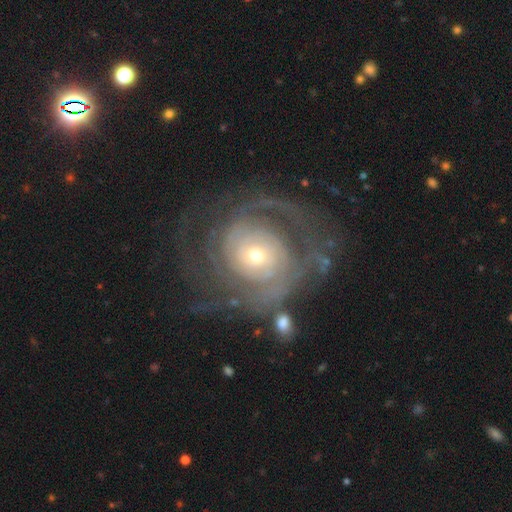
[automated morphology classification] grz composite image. It shows a featured or disk galaxy (86%) with no bar (76%), tight (66%) spiral arms (92%) and a small central bulge (60%). Merging: none (61%).